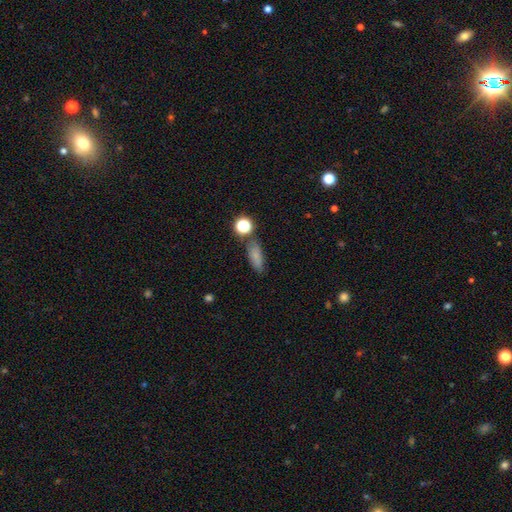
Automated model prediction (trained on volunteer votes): A smooth galaxy with no disk features (76%) that is in between round and cigar-shaped (69%). Merging: none (70%).